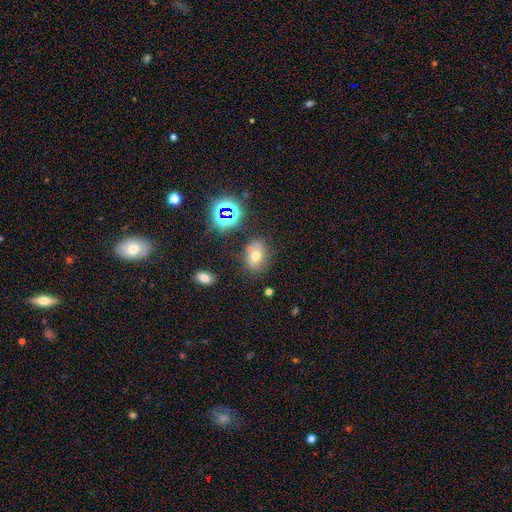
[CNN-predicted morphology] smooth_or_featured: smooth (p=0.60) [alt: star or artifact p=0.21]
how_rounded: in between (p=0.69) [alt: round p=0.30]
merging: none (p=0.68) [alt: minor disturbance p=0.16]